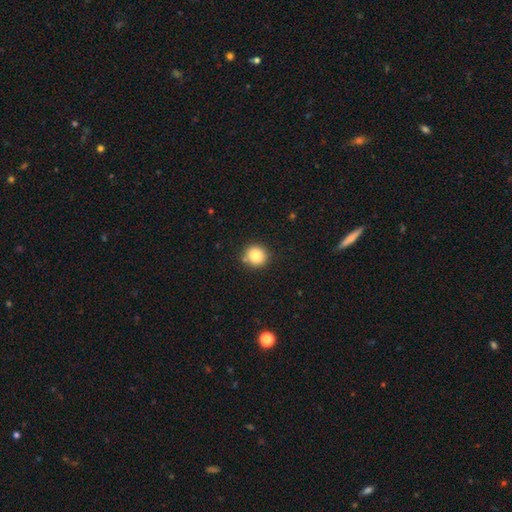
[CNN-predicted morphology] Q: Smooth or featured?
A: smooth (82%); runner-up: star or artifact (10%)
Q: How rounded?
A: round (90%); runner-up: in between (9%)
Q: Merging?
A: none (84%); runner-up: minor disturbance (9%)